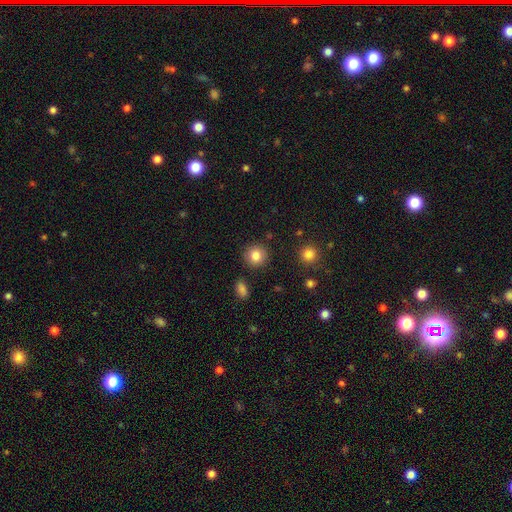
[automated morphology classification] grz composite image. It shows a smooth galaxy with no disk features (83%) that is round (92%). Merging: none (89%).